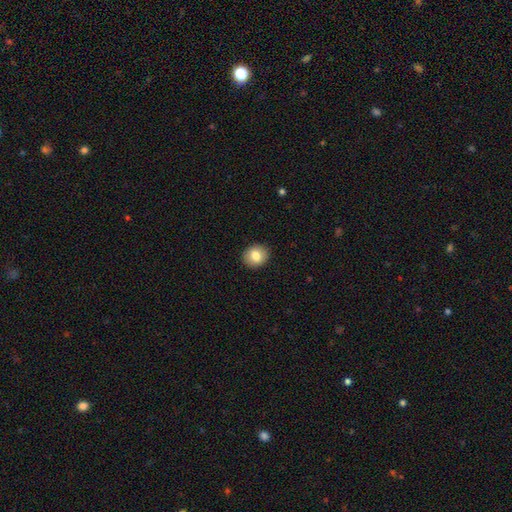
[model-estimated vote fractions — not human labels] The model was most divided on "how rounded": round: 75%, in between: 24%, cigar-shaped: 1%. More confident: merging — none (91%); smooth or featured — smooth (81%).